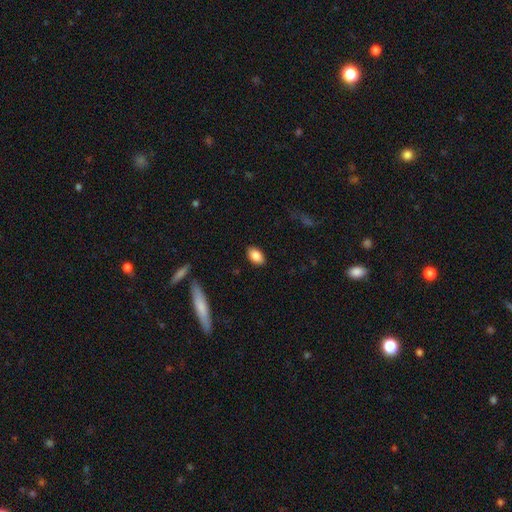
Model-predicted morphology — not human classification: Q: Smooth or featured?
A: smooth (86%); runner-up: star or artifact (7%)
Q: How rounded?
A: in between (90%); runner-up: round (8%)
Q: Merging?
A: none (88%); runner-up: minor disturbance (9%)